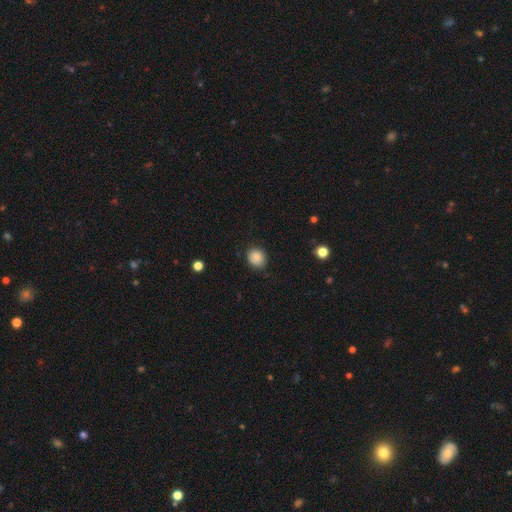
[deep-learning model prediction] smooth_or_featured: smooth (p=0.84) [alt: star or artifact p=0.10]
how_rounded: round (p=0.79) [alt: in between p=0.20]
merging: none (p=0.82) [alt: minor disturbance p=0.14]